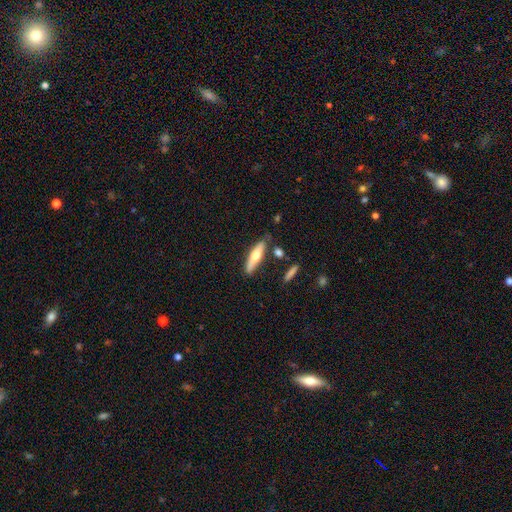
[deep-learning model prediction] smooth_or_featured: smooth (p=0.53) [alt: featured or disk p=0.42]
how_rounded: cigar-shaped (p=0.69) [alt: in between p=0.28]
merging: none (p=0.77) [alt: minor disturbance p=0.15]